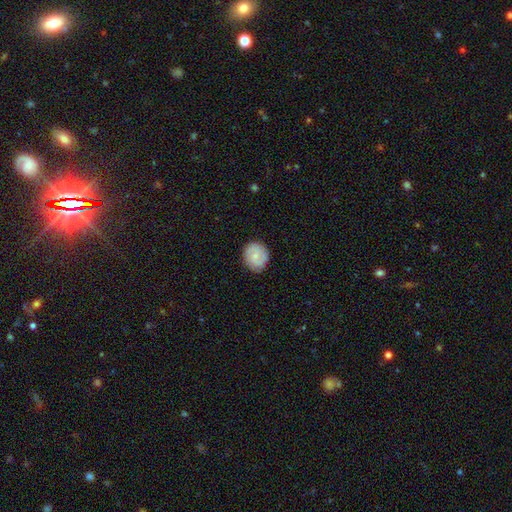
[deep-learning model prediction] A smooth galaxy with no disk features (58%) that is round (79%). Merging: none (82%).